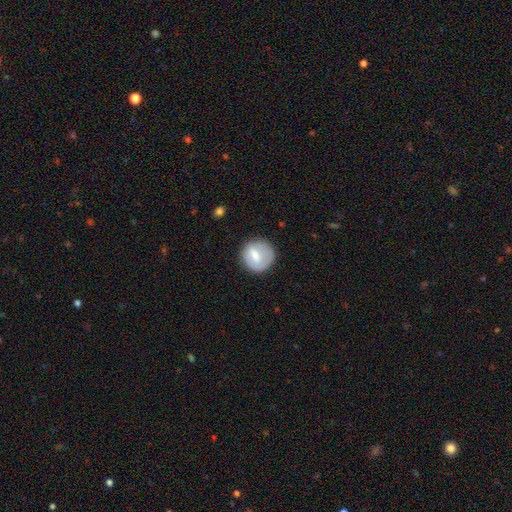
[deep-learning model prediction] A smooth galaxy with no disk features (65%) that is round (89%).

Vote fractions:
- Smooth or featured? smooth: 65% / featured or disk: 28% / star or artifact: 7%
- How rounded? round: 89% / in between: 10% / cigar-shaped: 1%
- Merging? none: 78% / minor disturbance: 15% / major disturbance: 6% / merger: 1%